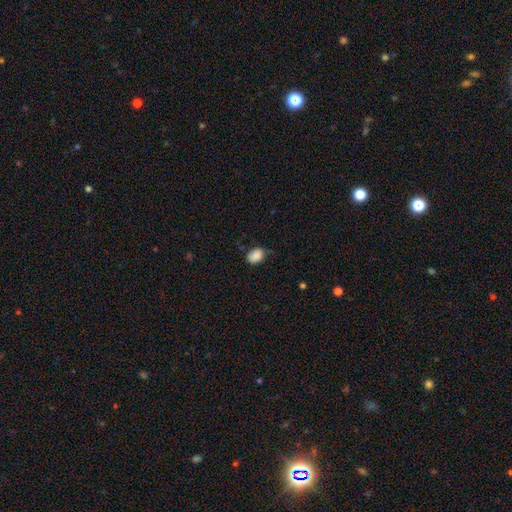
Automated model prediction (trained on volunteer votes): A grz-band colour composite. It shows a smooth galaxy with no disk features (87%) that is in between round and cigar-shaped (74%). Merging: none (66%).